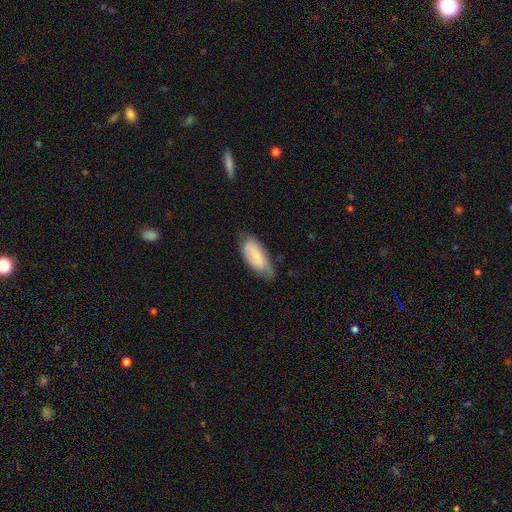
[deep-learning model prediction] A smooth galaxy with no disk features (68%) that is in between round and cigar-shaped (88%). Merging: none (53%).